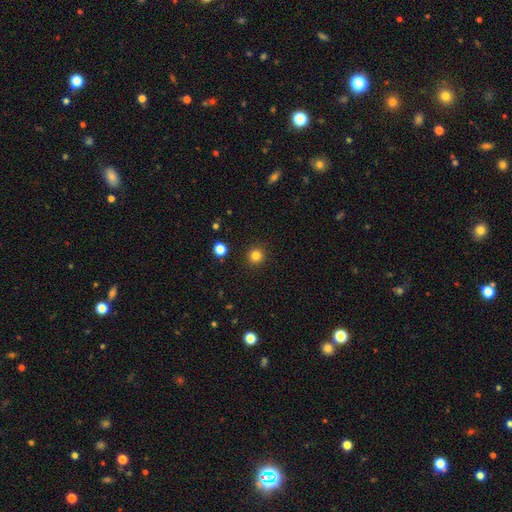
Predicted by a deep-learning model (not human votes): Morphology: type=smooth (82%); roundness=round (95%); merging=none (92%).